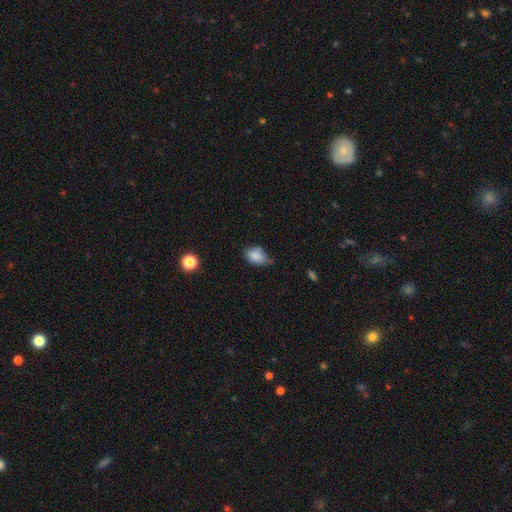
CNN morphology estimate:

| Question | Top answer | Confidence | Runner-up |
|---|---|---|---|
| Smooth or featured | smooth | 84% | star or artifact (9%) |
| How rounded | in between | 75% | round (24%) |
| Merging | none | 47% | minor disturbance (41%) |